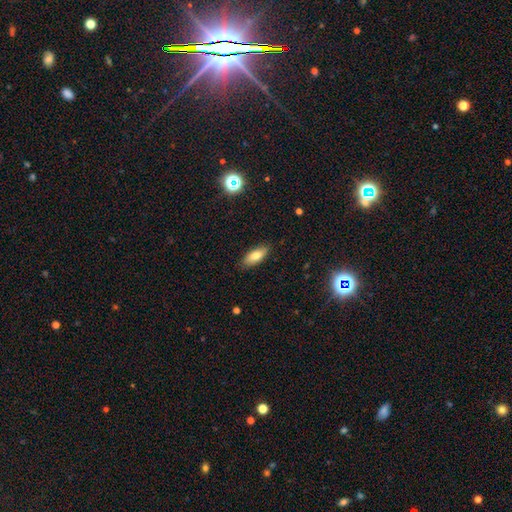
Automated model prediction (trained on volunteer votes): The model was most divided on "smooth or featured": smooth: 78%, featured or disk: 14%, star or artifact: 8%. More confident: merging — none (86%); how rounded — in between (82%).